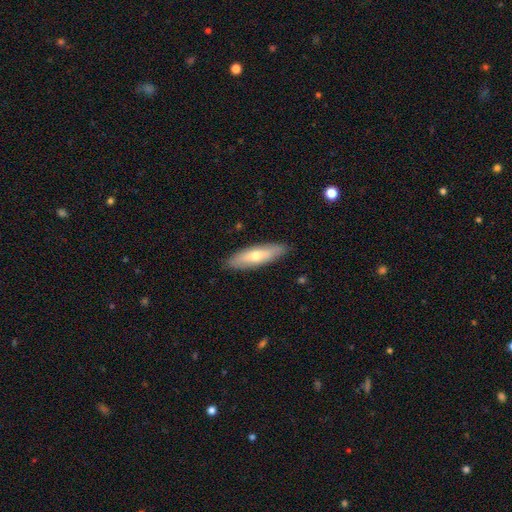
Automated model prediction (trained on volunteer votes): Morphology: type=smooth (56%); roundness=cigar-shaped (55%); merging=none (87%).